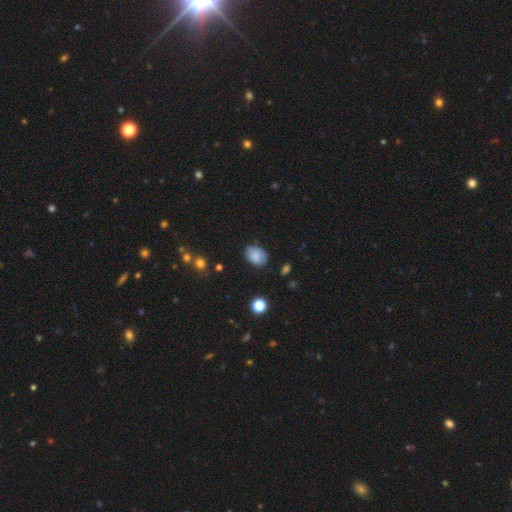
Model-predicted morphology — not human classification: smooth 84%, star or artifact 8%, featured or disk 8%. Down the decision tree: how rounded — in between (75%); merging — none (78%).